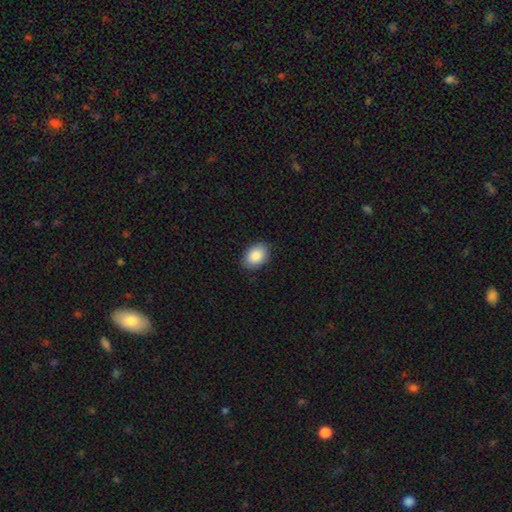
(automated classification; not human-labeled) Smooth or featured?
  - smooth: 88% *
  - star or artifact: 7%
  - featured or disk: 5%
How rounded?
  - in between: 82% *
  - round: 17%
  - cigar-shaped: 1%
Merging?
  - none: 87% *
  - minor disturbance: 10%
  - major disturbance: 2%
  - merger: 1%